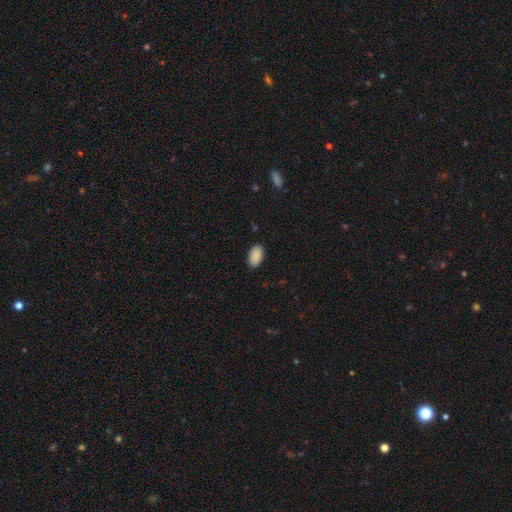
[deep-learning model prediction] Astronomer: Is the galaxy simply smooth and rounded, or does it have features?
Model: smooth — 90%.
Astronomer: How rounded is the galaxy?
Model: in between — 95%.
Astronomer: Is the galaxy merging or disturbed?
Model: none — 87%.